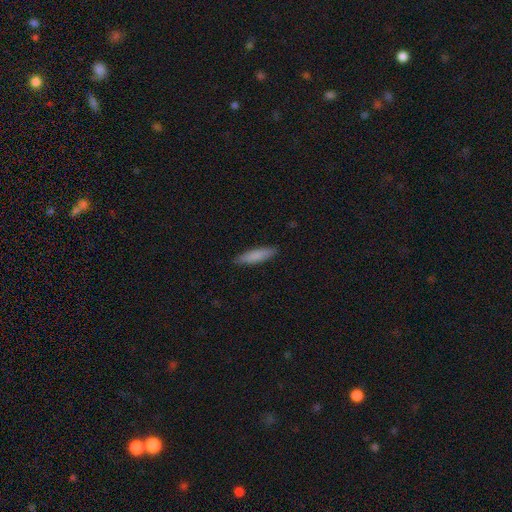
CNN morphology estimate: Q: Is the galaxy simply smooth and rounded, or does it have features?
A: smooth — 83%.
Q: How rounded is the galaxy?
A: cigar-shaped — 77%.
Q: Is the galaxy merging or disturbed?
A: none — 88%.